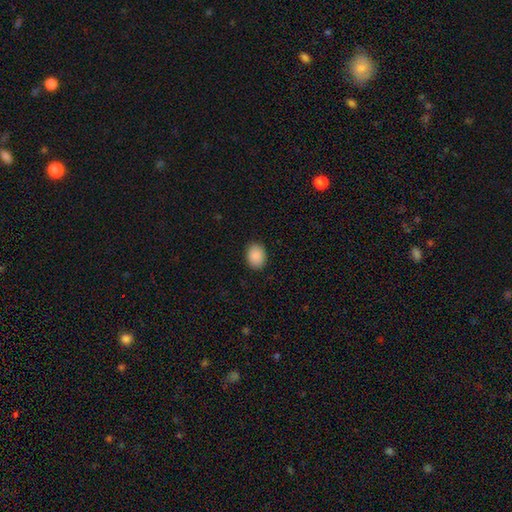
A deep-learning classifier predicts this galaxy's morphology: smooth 90%, star or artifact 7%, featured or disk 3%. Down the decision tree: how rounded — in between (69%); merging — none (89%).